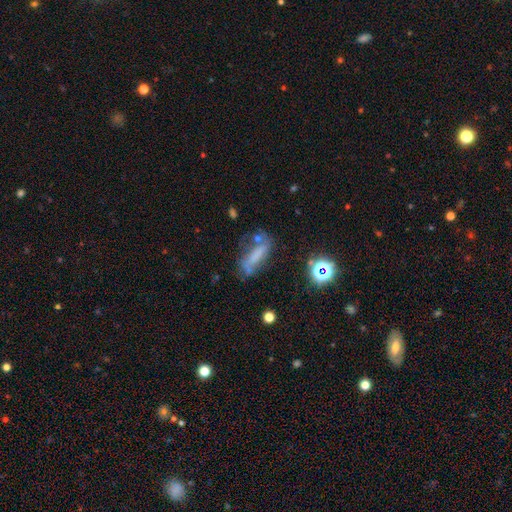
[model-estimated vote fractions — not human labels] Q: Smooth or featured?
A: smooth (43%); runner-up: featured or disk (37%)
Q: Merging?
A: none (47%); runner-up: minor disturbance (26%)